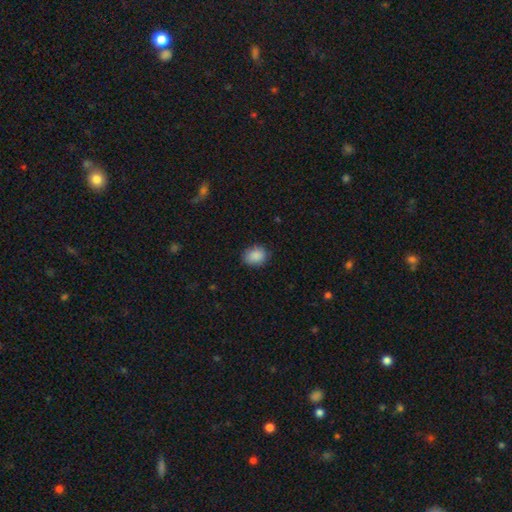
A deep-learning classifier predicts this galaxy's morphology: Smooth or featured?
  - smooth: 89% *
  - star or artifact: 7%
  - featured or disk: 4%
How rounded?
  - in between: 55% *
  - round: 44%
  - cigar-shaped: 1%
Merging?
  - none: 82% *
  - minor disturbance: 14%
  - major disturbance: 3%
  - merger: 1%